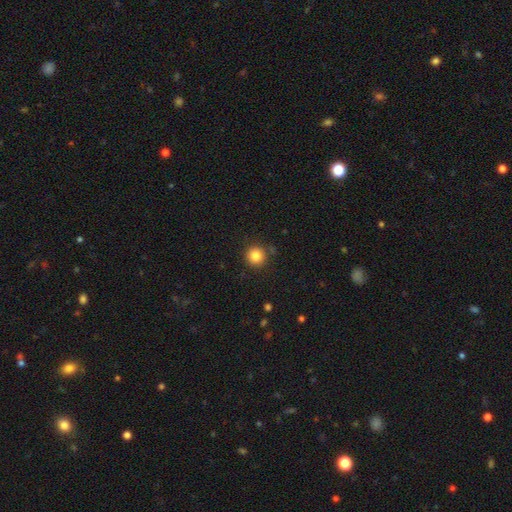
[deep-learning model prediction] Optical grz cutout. It shows a smooth galaxy with no disk features (84%) that is round (95%). Merging: none (88%).